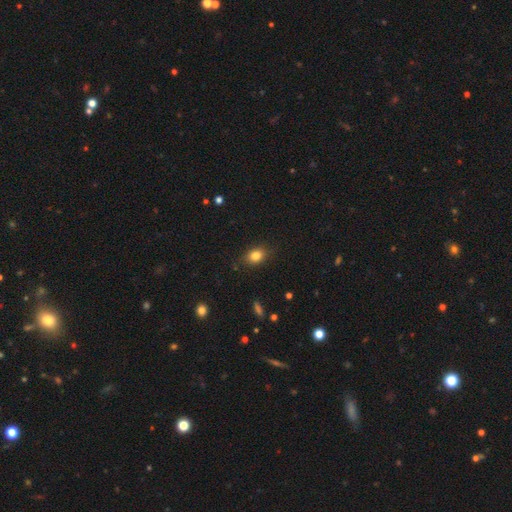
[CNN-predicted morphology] This appears to be a smooth galaxy with no disk features (83%) that is in between round and cigar-shaped (68%). Merging: none (84%).